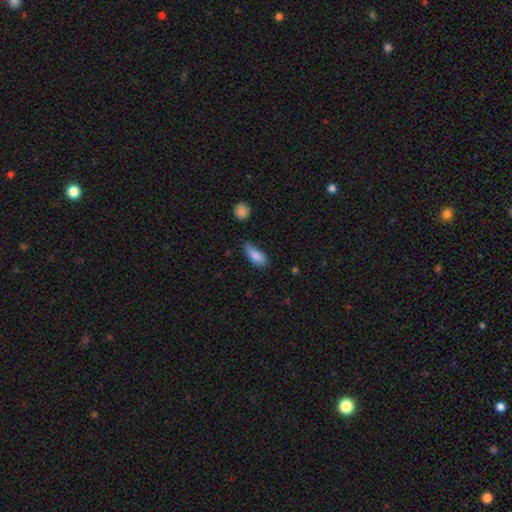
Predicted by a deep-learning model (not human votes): A smooth galaxy with no disk features (85%) that is in between round and cigar-shaped (80%). Merging: none (50%).